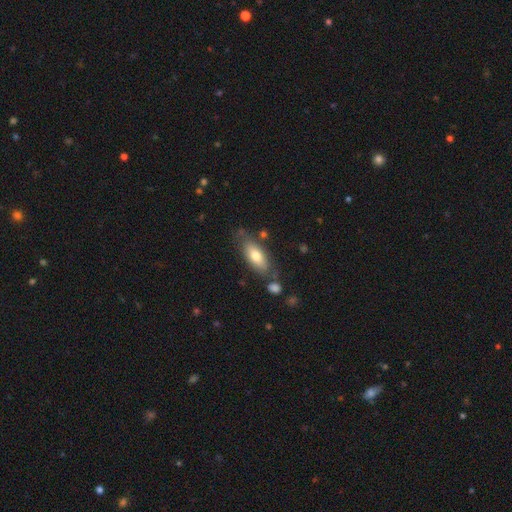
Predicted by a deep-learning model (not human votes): A smooth galaxy with no disk features (72%) that is in between round and cigar-shaped (78%).

Vote fractions:
- Smooth or featured? smooth: 72% / featured or disk: 22% / star or artifact: 6%
- How rounded? in between: 78% / cigar-shaped: 19% / round: 2%
- Merging? none: 69% / minor disturbance: 19% / merger: 7% / major disturbance: 5%